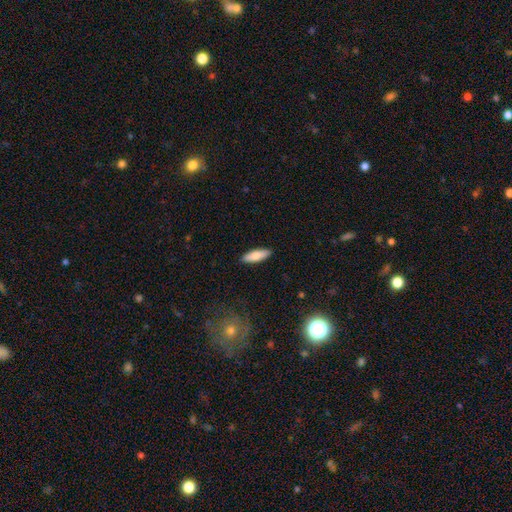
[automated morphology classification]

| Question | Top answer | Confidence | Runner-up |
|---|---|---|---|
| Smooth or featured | smooth | 76% | featured or disk (18%) |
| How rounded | in between | 54% | cigar-shaped (44%) |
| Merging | none | 90% | minor disturbance (8%) |